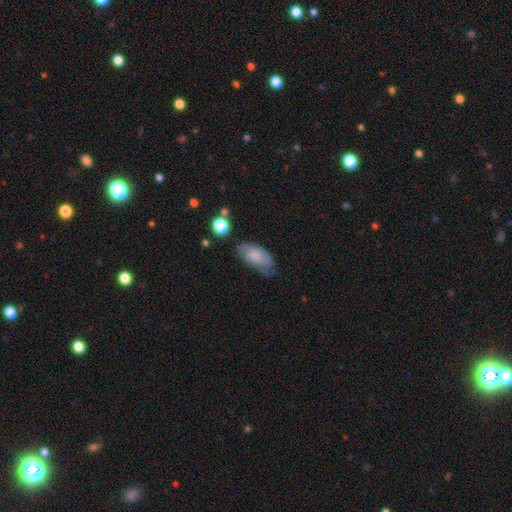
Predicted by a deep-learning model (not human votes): The model was most divided on "merging": none: 53%, minor disturbance: 33%, major disturbance: 11%, merger: 3%. More confident: how rounded — in between (92%); smooth or featured — smooth (65%).